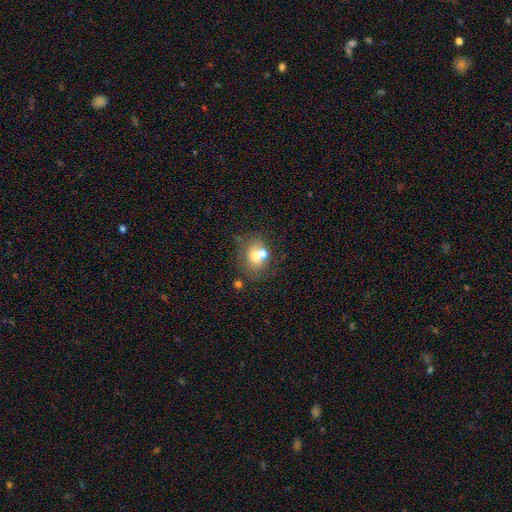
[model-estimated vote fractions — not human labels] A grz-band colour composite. It shows a smooth galaxy with no disk features (66%) that is round (57%). Merging: none (47%).